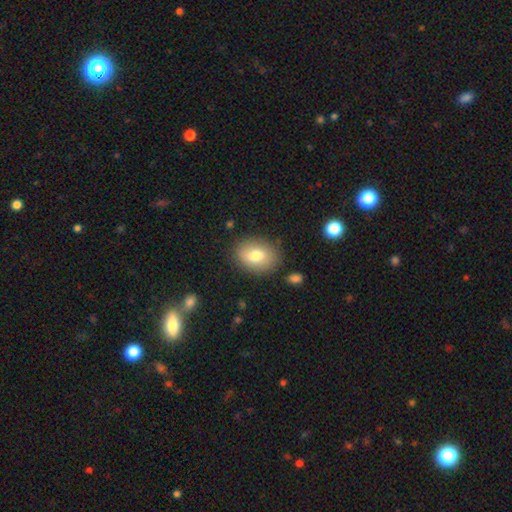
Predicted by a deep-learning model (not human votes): Morphology: type=smooth (76%); roundness=in between (72%); merging=none (83%).